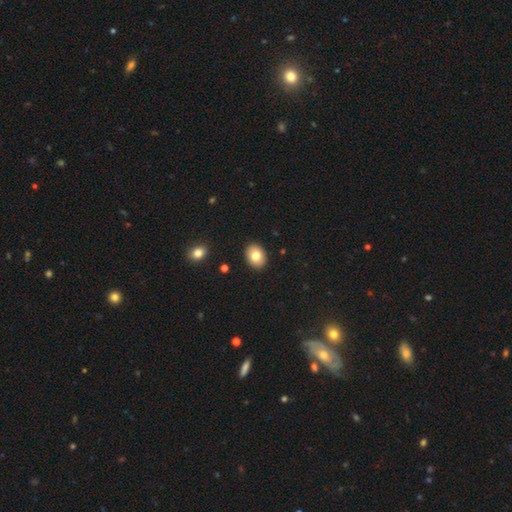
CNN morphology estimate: smooth 80%, featured or disk 12%, star or artifact 8%. Down the decision tree: how rounded — in between (68%); merging — none (91%).